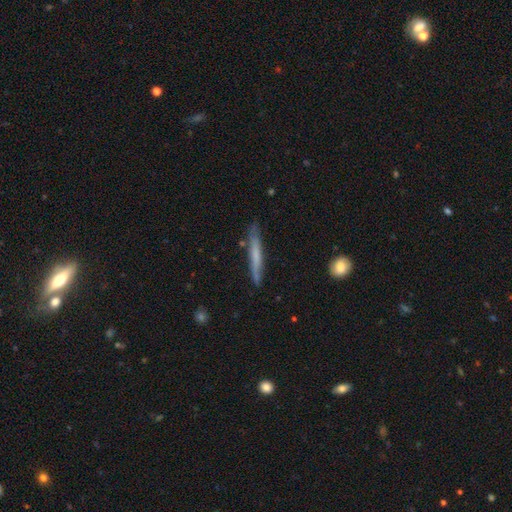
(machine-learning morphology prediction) This appears to be a smooth galaxy with no disk features (53%) that is cigar-shaped (96%). Merging: none (82%).